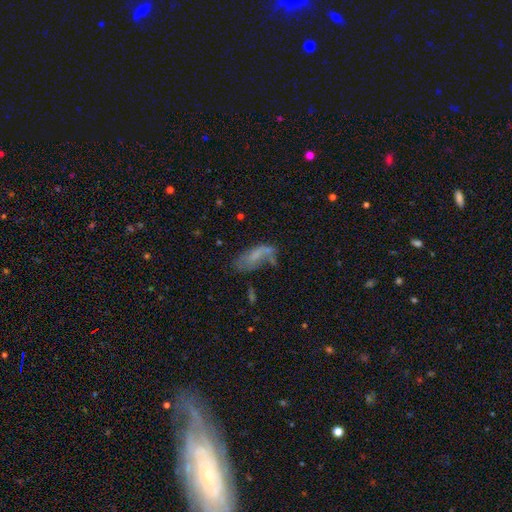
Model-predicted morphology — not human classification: smooth_or_featured: smooth (p=0.53) [alt: featured or disk p=0.36]
how_rounded: in between (p=0.78) [alt: cigar-shaped p=0.19]
merging: none (p=0.33) [alt: major disturbance p=0.32]